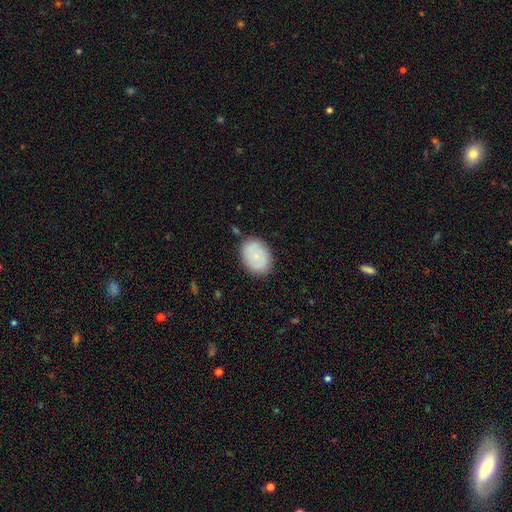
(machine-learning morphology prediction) smooth-or-featured: smooth: 68% | featured or disk: 25% | star or artifact: 7%
  how-rounded: in between: 71% | round: 28% | cigar-shaped: 1%
  merging: none: 80% | minor disturbance: 14% | major disturbance: 3% | merger: 2%